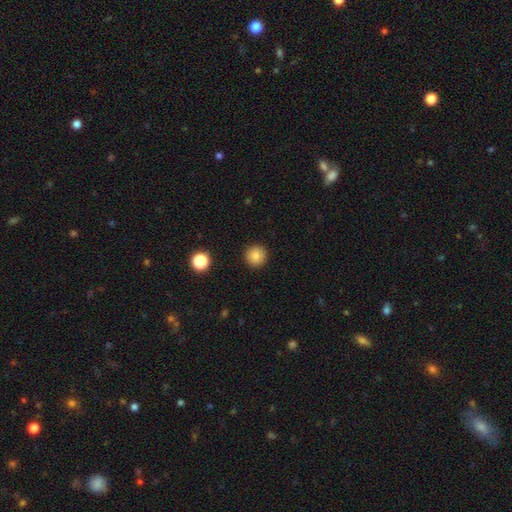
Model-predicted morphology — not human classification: smooth_or_featured: smooth (p=0.85) [alt: star or artifact p=0.11]
how_rounded: round (p=0.95) [alt: in between p=0.04]
merging: none (p=0.92) [alt: minor disturbance p=0.05]